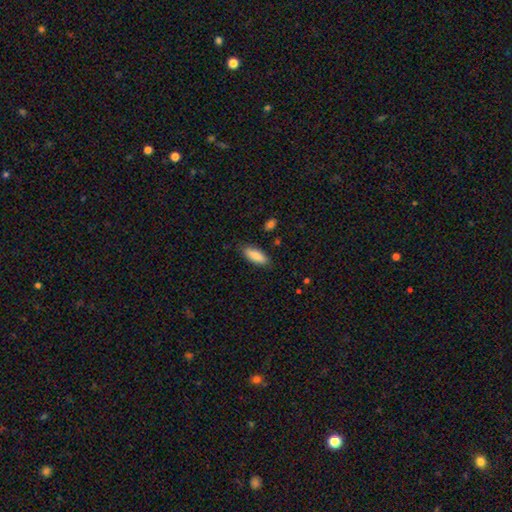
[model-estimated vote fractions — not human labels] This is clearly a smooth galaxy (82%). How rounded: likely in between (73%). Merging: clearly none (84%).